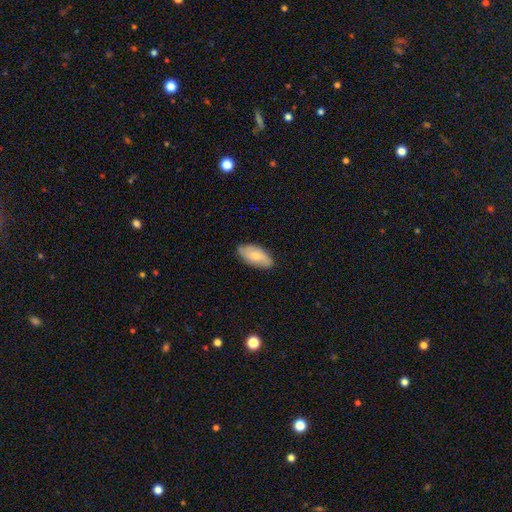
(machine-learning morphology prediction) A smooth galaxy with no disk features (66%) that is in between round and cigar-shaped (91%). Merging: none (81%).